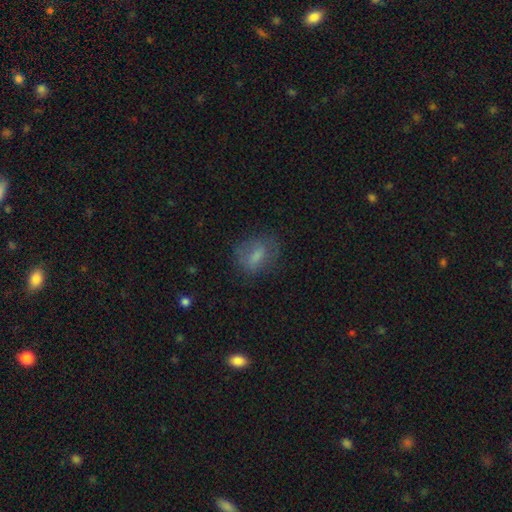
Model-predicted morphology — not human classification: This appears to be a smooth galaxy with no disk features (67%) that is in between round and cigar-shaped (67%). Merging: none (66%).